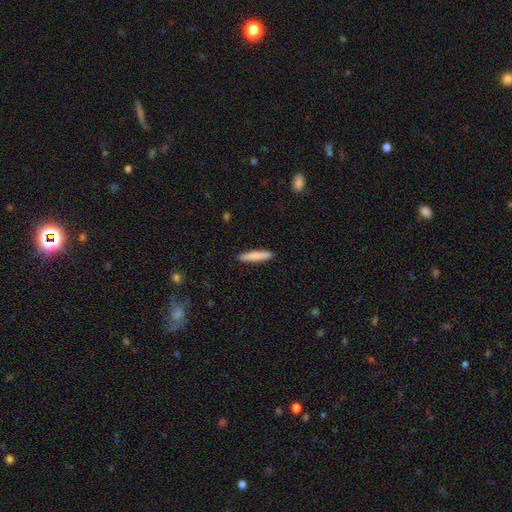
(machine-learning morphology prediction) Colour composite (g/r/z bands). It shows a smooth galaxy with no disk features (84%) that is cigar-shaped (90%). Merging: none (91%).